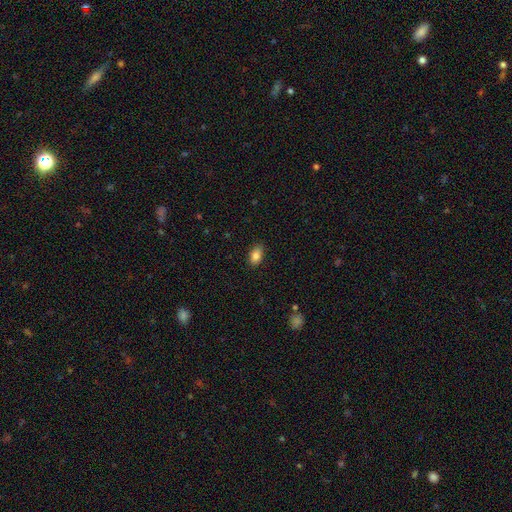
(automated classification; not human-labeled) Morphology: type=smooth (84%); roundness=in between (87%); merging=none (84%).